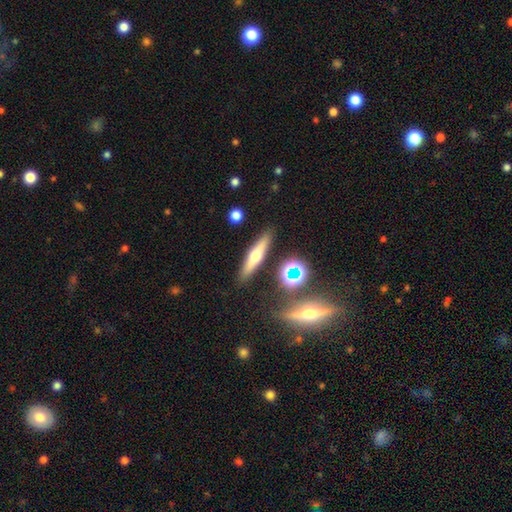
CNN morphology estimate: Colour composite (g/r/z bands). It shows a featured or disk galaxy (45%, tied with smooth). Merging: none (87%).